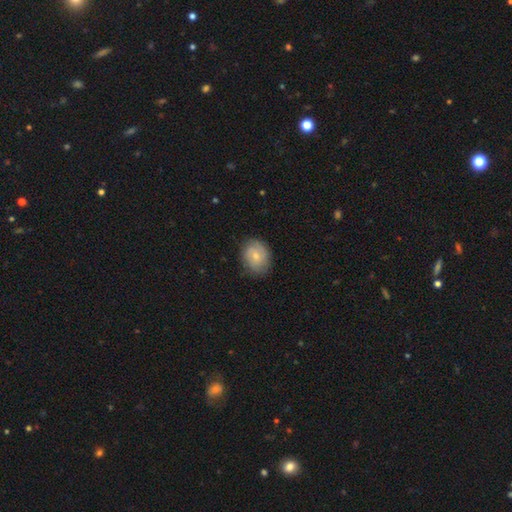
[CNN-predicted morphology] Q: Smooth or featured?
A: smooth (66%); runner-up: featured or disk (27%)
Q: How rounded?
A: round (50%); runner-up: in between (49%)
Q: Merging?
A: none (81%); runner-up: minor disturbance (15%)